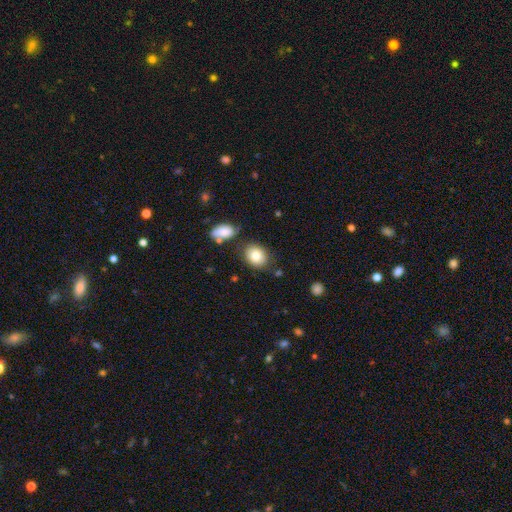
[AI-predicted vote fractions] The model was most divided on "how rounded": in between: 54%, round: 45%, cigar-shaped: 1%. More confident: smooth or featured — smooth (82%); merging — none (77%).